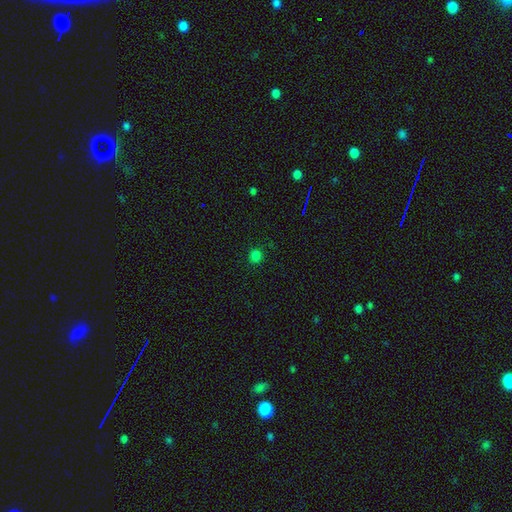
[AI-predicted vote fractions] A smooth galaxy with no disk features (79%) that is round (89%). Merging: none (90%).